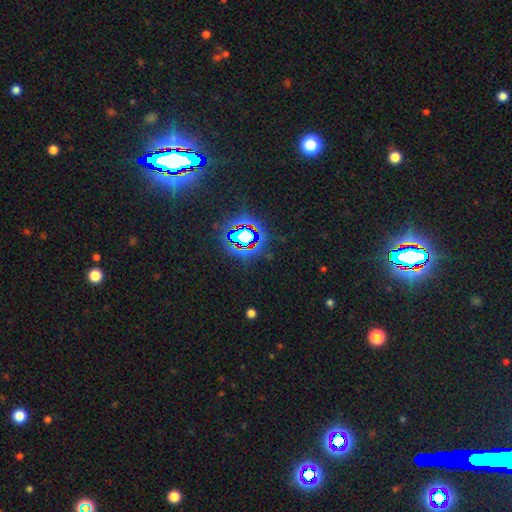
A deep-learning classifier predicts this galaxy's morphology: Smooth or featured? star or artifact (83%)